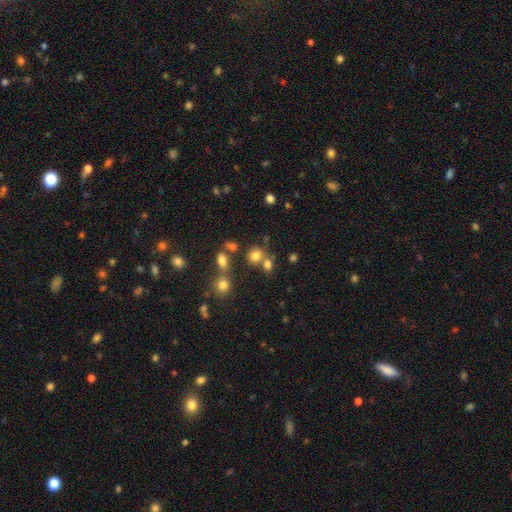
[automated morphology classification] A smooth galaxy with no disk features (75%) that is round (74%). Merging: none (58%).